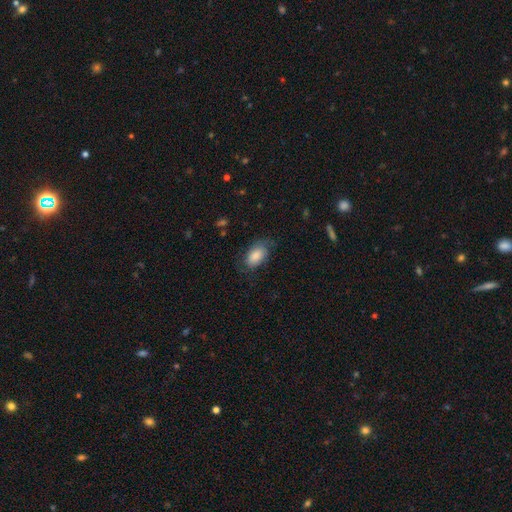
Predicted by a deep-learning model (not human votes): A smooth galaxy with no disk features (79%) that is in between round and cigar-shaped (91%). Merging: none (62%).